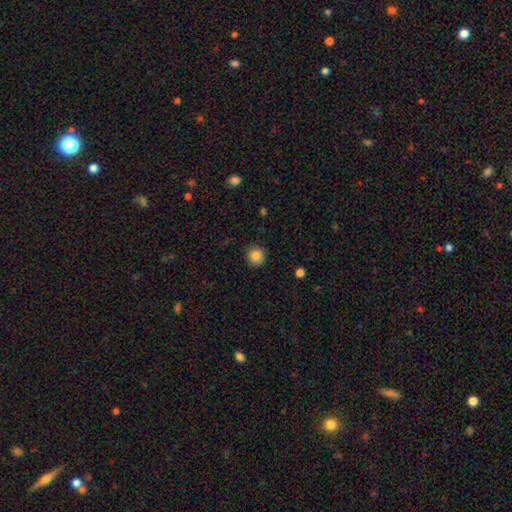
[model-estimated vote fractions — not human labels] smooth_or_featured: smooth (p=0.85) [alt: star or artifact p=0.10]
how_rounded: round (p=0.93) [alt: in between p=0.06]
merging: none (p=0.90) [alt: minor disturbance p=0.07]